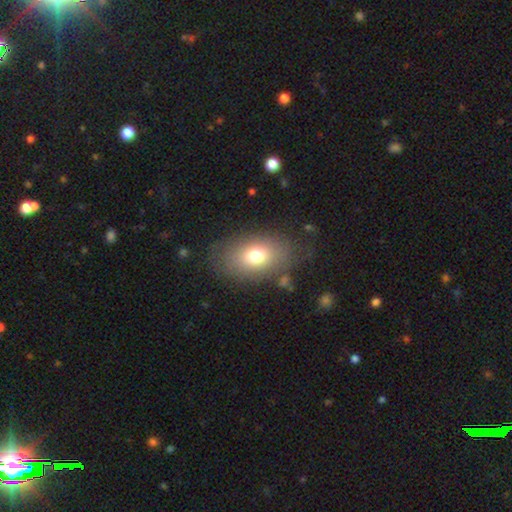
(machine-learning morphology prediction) smooth-or-featured: smooth: 72% | featured or disk: 17% | star or artifact: 10%
  how-rounded: in between: 83% | round: 16% | cigar-shaped: 1%
  merging: none: 74% | minor disturbance: 15% | major disturbance: 9% | merger: 3%